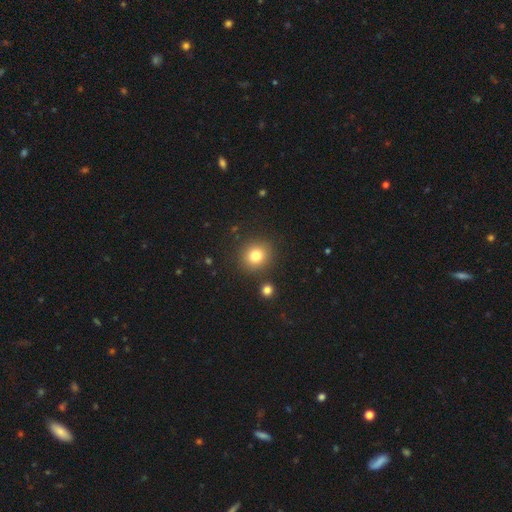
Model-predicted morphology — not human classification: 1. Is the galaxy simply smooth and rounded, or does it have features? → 79% smooth, 13% star or artifact, 8% featured or disk.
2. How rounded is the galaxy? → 87% round, 12% in between, 1% cigar-shaped.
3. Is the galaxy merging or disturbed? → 87% none, 7% minor disturbance, 4% merger, 3% major disturbance.